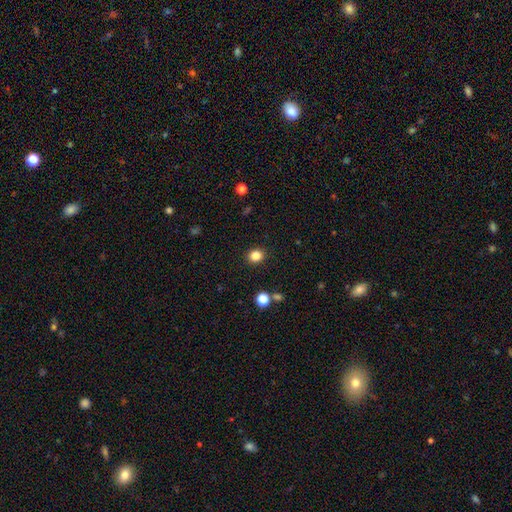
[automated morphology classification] Smooth or featured: smooth — 84% (star or artifact — 12%)
How rounded: round — 72% (in between — 27%)
Merging: none — 91% (minor disturbance — 6%)